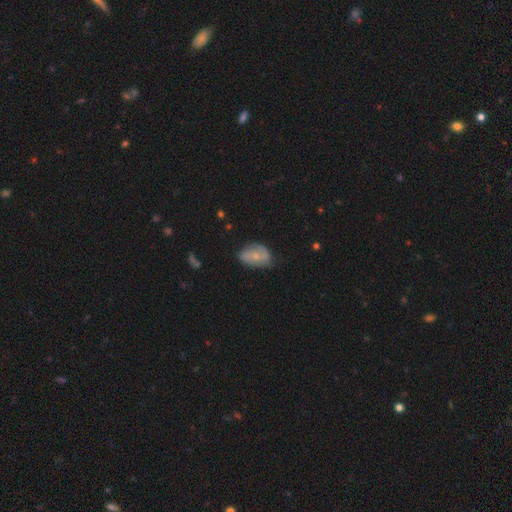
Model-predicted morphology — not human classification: Q: Smooth or featured?
A: smooth (52%); runner-up: featured or disk (40%)
Q: How rounded?
A: in between (82%); runner-up: round (16%)
Q: Merging?
A: none (54%); runner-up: minor disturbance (33%)